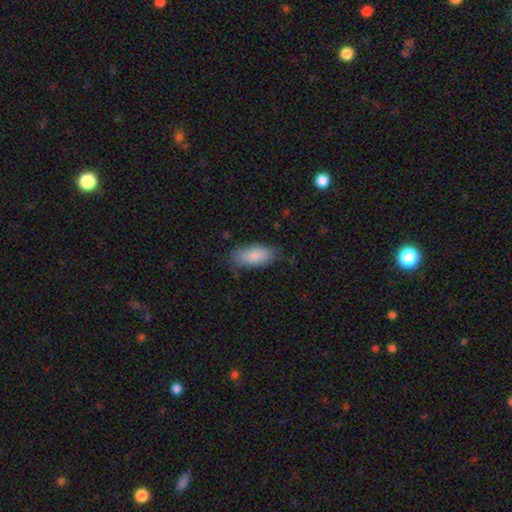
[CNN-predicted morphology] This appears to be a smooth galaxy with no disk features (84%) that is in between round and cigar-shaped (88%). Merging: none (72%).